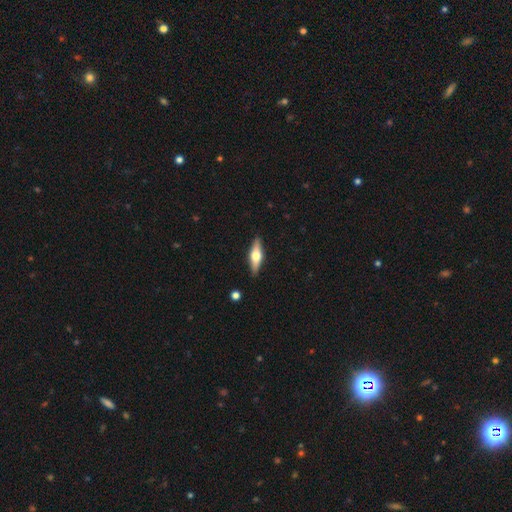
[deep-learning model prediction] Smooth or featured?
  - featured or disk: 57% *
  - smooth: 38%
  - star or artifact: 6%
Edge-on disk?
  - yes: 93% *
  - no: 7%
Edge-on bulge?
  - rounded: 94% *
  - boxy: 4%
  - none: 2%
Merging?
  - none: 89% *
  - minor disturbance: 8%
  - major disturbance: 2%
  - merger: 1%